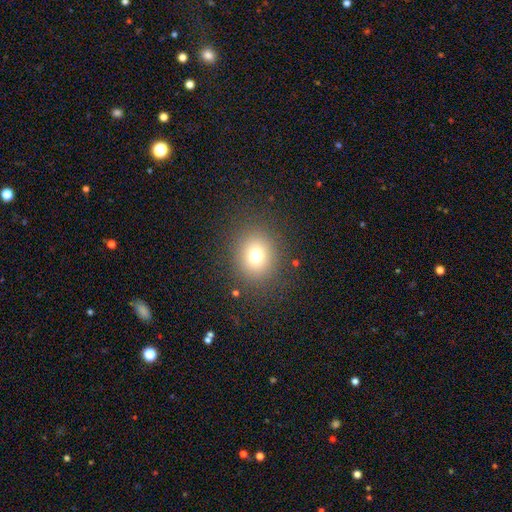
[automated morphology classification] Smooth or featured: smooth — 73% (star or artifact — 17%)
How rounded: round — 77% (in between — 22%)
Merging: none — 86% (minor disturbance — 8%)